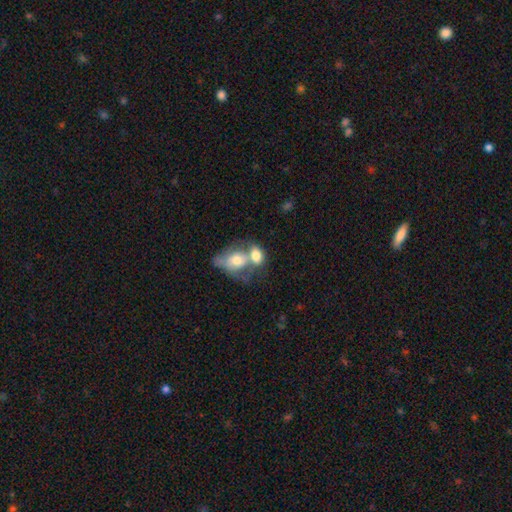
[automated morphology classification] type=smooth (69%); roundness=in between (77%); merging=merger (69%).